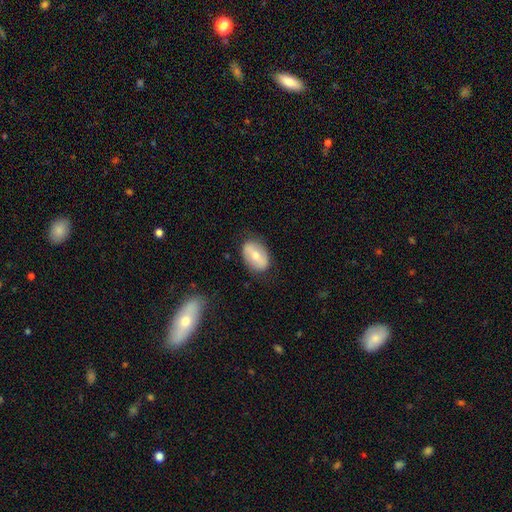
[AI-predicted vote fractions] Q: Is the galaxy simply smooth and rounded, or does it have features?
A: smooth — 55%.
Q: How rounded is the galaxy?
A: in between — 86%.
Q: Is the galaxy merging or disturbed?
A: none — 79%.